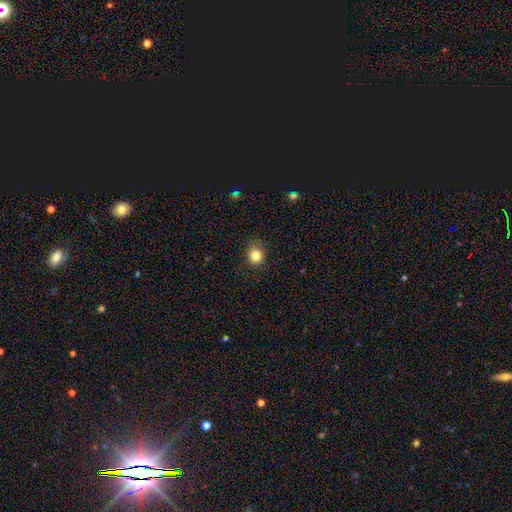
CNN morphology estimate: The model was most divided on "how rounded": round: 70%, in between: 29%, cigar-shaped: 1%. More confident: smooth or featured — smooth (83%); merging — none (78%).